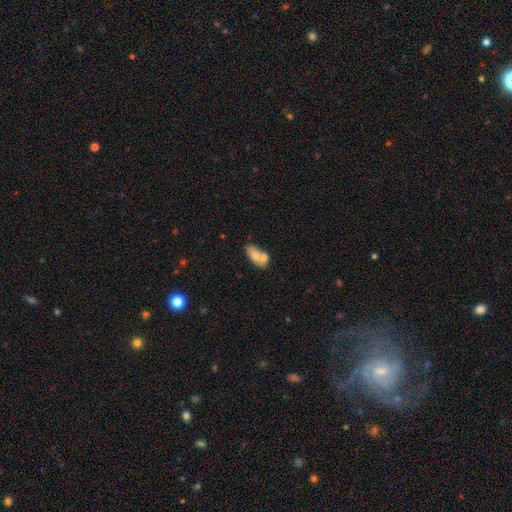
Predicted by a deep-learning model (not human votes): Smooth or featured: smooth — 68% (featured or disk — 24%)
How rounded: in between — 86% (round — 7%)
Merging: merger — 52% (none — 30%)